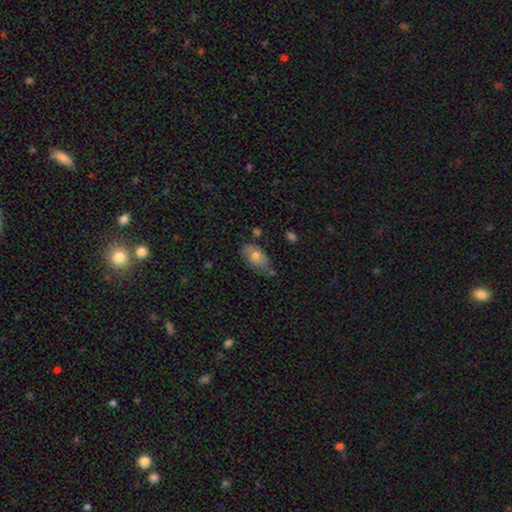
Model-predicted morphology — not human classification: smooth 63%, featured or disk 29%, star or artifact 8%. Down the decision tree: how rounded — in between (89%); merging — none (56%).